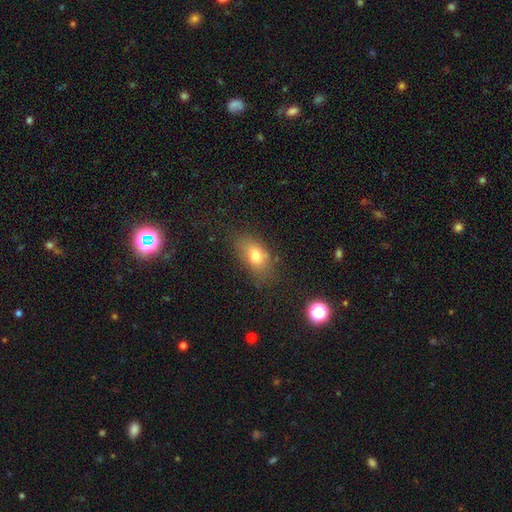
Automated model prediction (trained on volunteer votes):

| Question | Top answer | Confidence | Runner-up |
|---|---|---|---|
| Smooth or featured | smooth | 74% | featured or disk (14%) |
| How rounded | in between | 83% | round (14%) |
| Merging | none | 67% | minor disturbance (21%) |